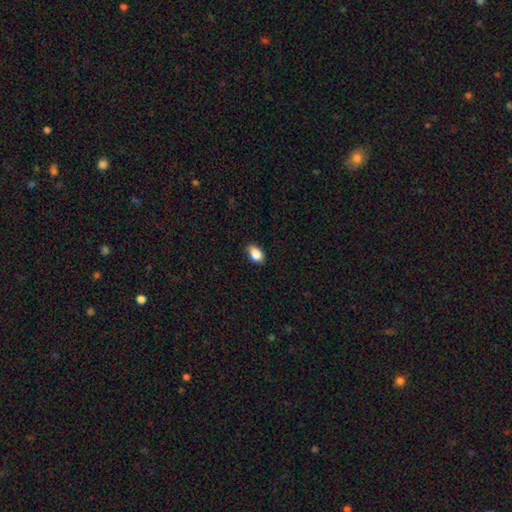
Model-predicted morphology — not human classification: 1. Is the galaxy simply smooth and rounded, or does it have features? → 88% smooth, 8% star or artifact, 5% featured or disk.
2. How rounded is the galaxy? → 86% in between, 12% round, 2% cigar-shaped.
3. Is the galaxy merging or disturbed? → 77% none, 20% minor disturbance, 3% major disturbance, 1% merger.